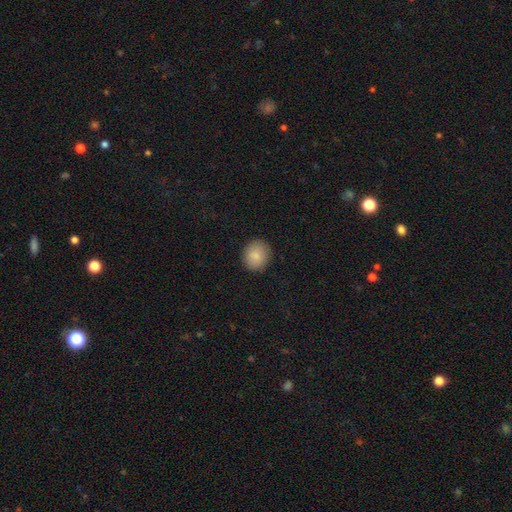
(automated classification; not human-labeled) A smooth galaxy with no disk features (86%) that is round (80%). Merging: none (89%).